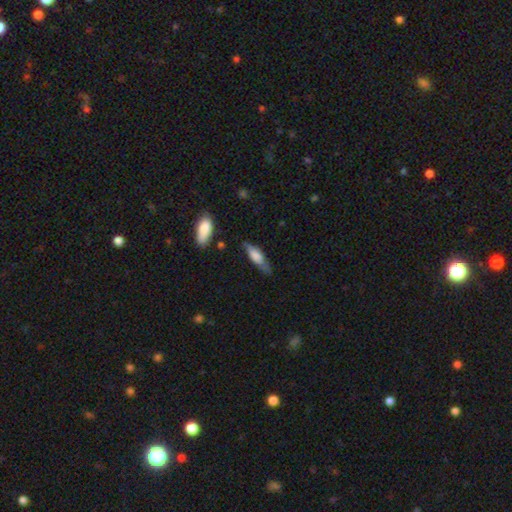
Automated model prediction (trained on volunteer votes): This is possibly a smooth galaxy (60%). How rounded: possibly cigar-shaped (56%). Merging: likely none (65%).